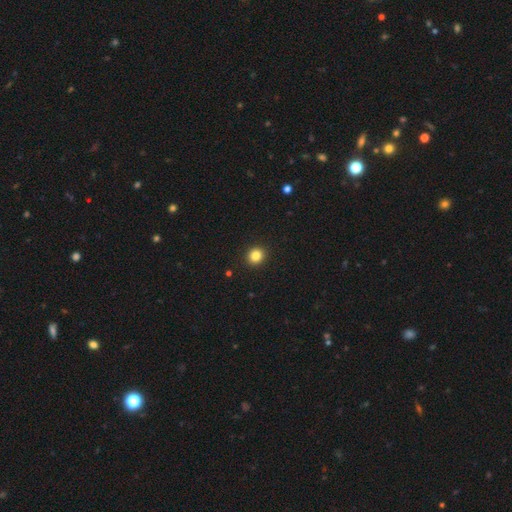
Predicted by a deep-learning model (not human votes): Morphology: type=smooth (84%); roundness=round (87%); merging=none (93%).